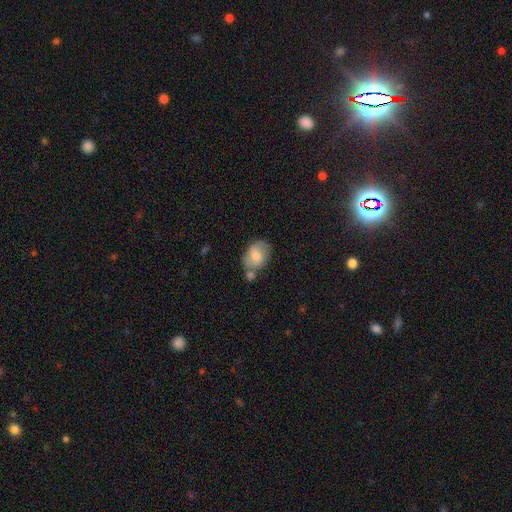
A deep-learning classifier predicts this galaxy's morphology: A smooth galaxy with no disk features (63%) that is in between round and cigar-shaped (73%).

Vote fractions:
- Smooth or featured? smooth: 63% / featured or disk: 28% / star or artifact: 8%
- How rounded? in between: 73% / round: 26% / cigar-shaped: 1%
- Merging? none: 50% / minor disturbance: 22% / merger: 20% / major disturbance: 7%